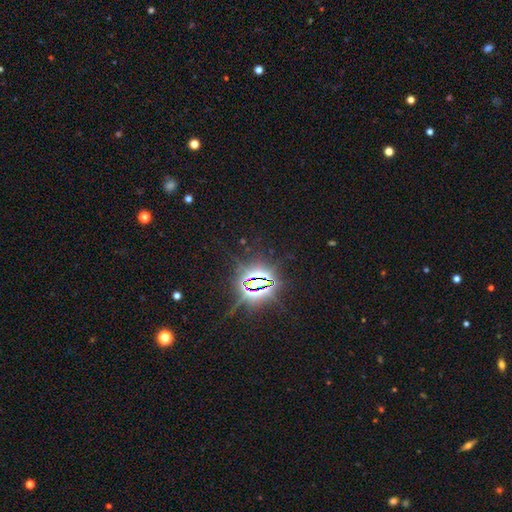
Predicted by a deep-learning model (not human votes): A star or artifact, not a galaxy (87%).